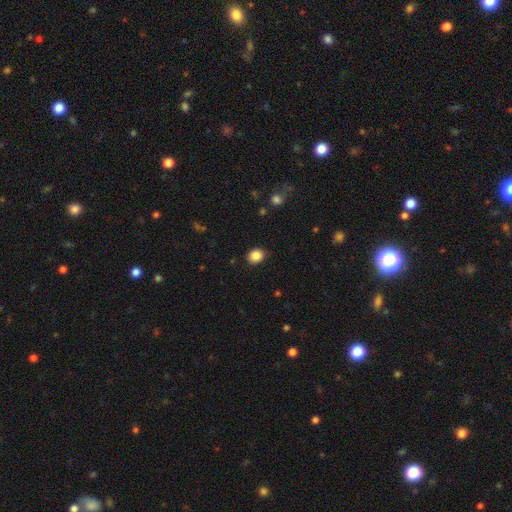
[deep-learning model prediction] Overall: smooth (87%). How rounded: round (62%; in between 37%). Merging: none (89%).